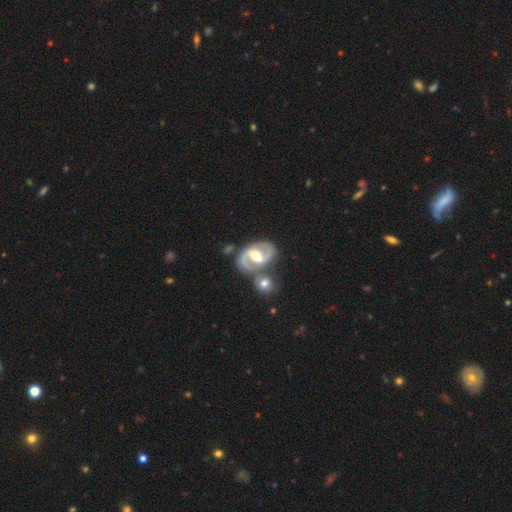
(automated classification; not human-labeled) Morphology: type=featured or disk (89%); edge-on=no (98%); bar=strong (45%); spiral arms=yes (95%); winding=medium (60%); arm count=2 (93%); bulge=moderate (65%); merging=none (60%).